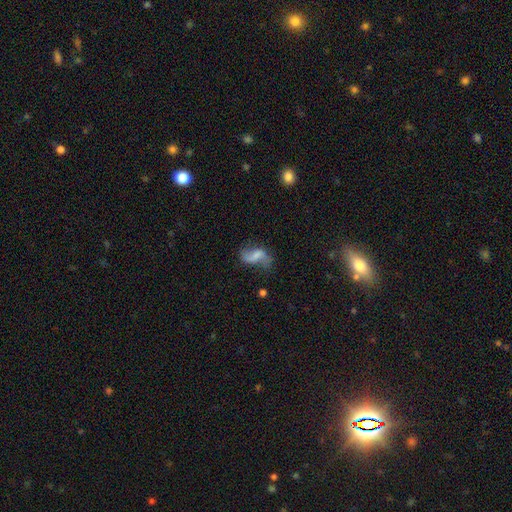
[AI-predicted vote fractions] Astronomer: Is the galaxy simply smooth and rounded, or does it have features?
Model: featured or disk — 61%.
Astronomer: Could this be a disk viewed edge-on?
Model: no — 96%.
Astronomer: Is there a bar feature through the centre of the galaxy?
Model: weak — 42% (runner-up: no, 38%).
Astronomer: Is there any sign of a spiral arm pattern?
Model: yes — 84%.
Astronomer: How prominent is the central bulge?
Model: none — 46% (runner-up: small, 26%).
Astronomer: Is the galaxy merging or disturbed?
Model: none — 46% (runner-up: minor disturbance, 24%).